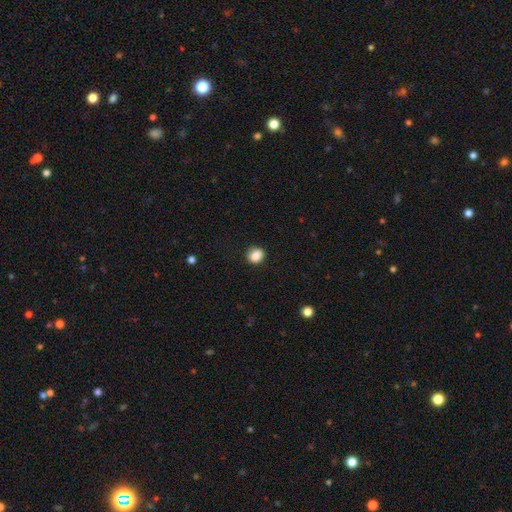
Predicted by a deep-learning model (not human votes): Smooth or featured?
  - smooth: 86% *
  - star or artifact: 9%
  - featured or disk: 4%
How rounded?
  - round: 75% *
  - in between: 24%
  - cigar-shaped: 1%
Merging?
  - none: 85% *
  - minor disturbance: 11%
  - major disturbance: 3%
  - merger: 1%